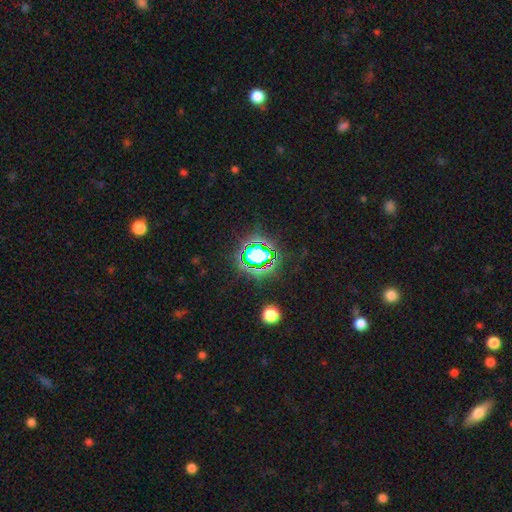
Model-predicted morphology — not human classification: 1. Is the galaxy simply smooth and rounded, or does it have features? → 69% star or artifact, 19% smooth, 12% featured or disk.